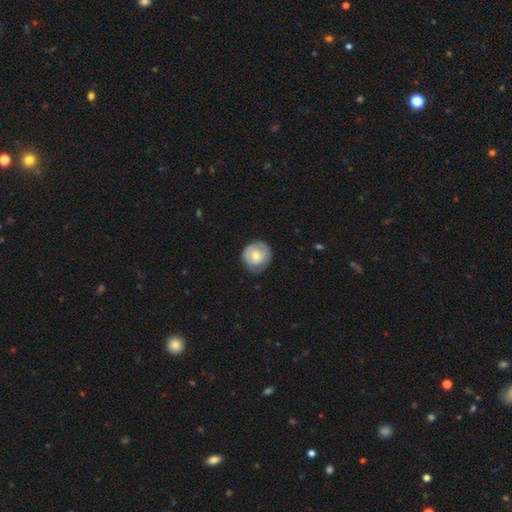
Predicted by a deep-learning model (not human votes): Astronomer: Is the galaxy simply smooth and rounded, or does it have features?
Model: smooth — 55% (runner-up: featured or disk, 39%).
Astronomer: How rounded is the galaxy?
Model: round — 88%.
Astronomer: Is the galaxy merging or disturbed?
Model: none — 69%.